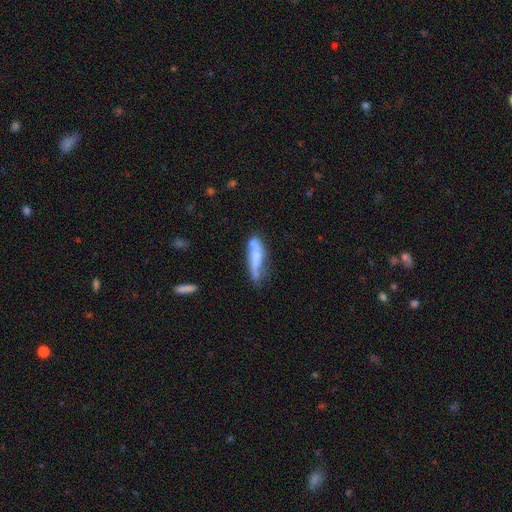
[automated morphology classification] smooth-or-featured: smooth: 56% | featured or disk: 37% | star or artifact: 7%
  how-rounded: cigar-shaped: 75% | in between: 23% | round: 2%
  merging: none: 46% | minor disturbance: 30% | merger: 14% | major disturbance: 11%